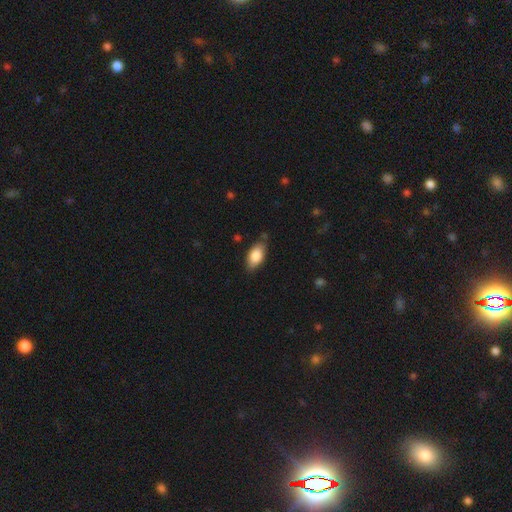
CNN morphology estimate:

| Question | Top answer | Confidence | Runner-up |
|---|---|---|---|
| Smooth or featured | smooth | 84% | featured or disk (10%) |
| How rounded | in between | 92% | cigar-shaped (5%) |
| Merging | none | 77% | minor disturbance (18%) |